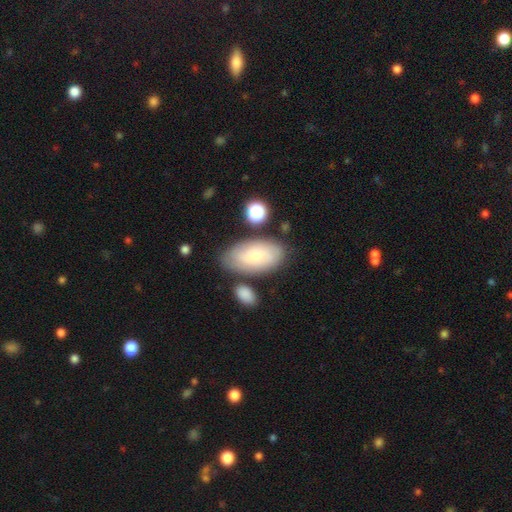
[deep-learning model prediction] A smooth galaxy with no disk features (67%) that is in between round and cigar-shaped (94%). Merging: none (70%).